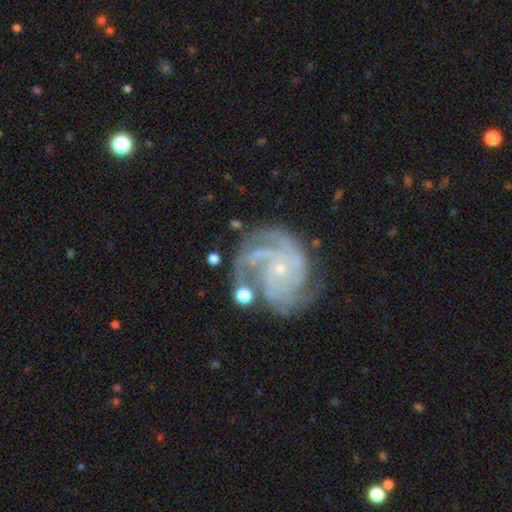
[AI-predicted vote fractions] A featured or disk galaxy (88%) with no bar (74%), 3 (35%) tight (54%) spiral arms (97%) and a small central bulge (82%). Merging: none (62%).